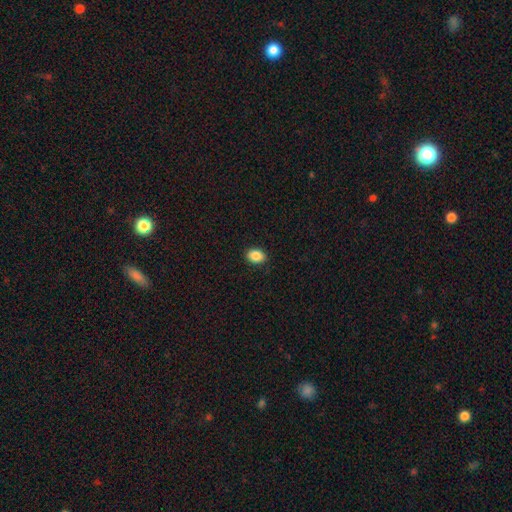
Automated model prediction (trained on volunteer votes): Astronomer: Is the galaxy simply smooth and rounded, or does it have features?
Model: smooth — 88%.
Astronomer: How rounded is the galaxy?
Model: in between — 71%.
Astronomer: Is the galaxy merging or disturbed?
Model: none — 90%.